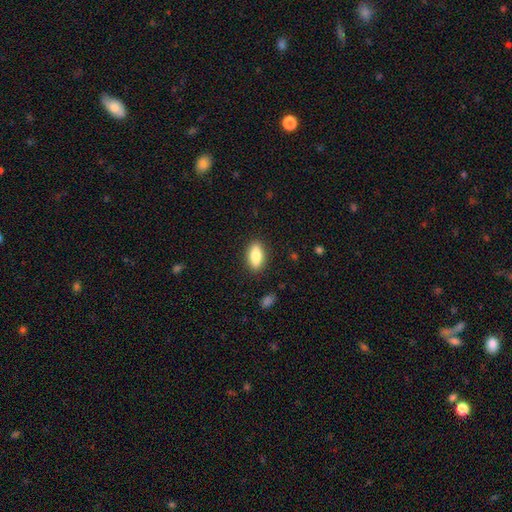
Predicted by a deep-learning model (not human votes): smooth 79%, featured or disk 14%, star or artifact 7%. Down the decision tree: how rounded — in between (81%); merging — none (88%).